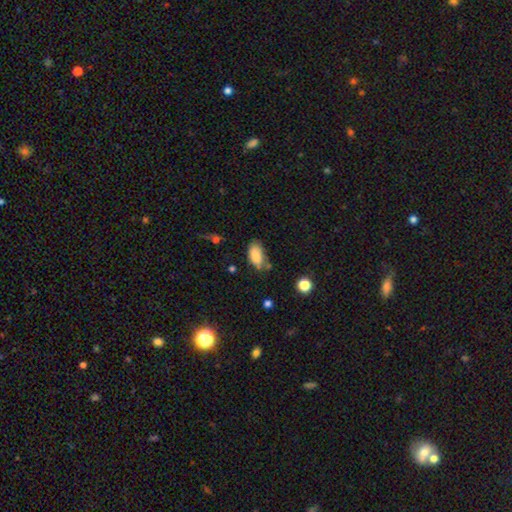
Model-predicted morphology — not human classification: This appears to be a smooth galaxy with no disk features (82%) that is in between round and cigar-shaped (93%). Merging: none (51%).